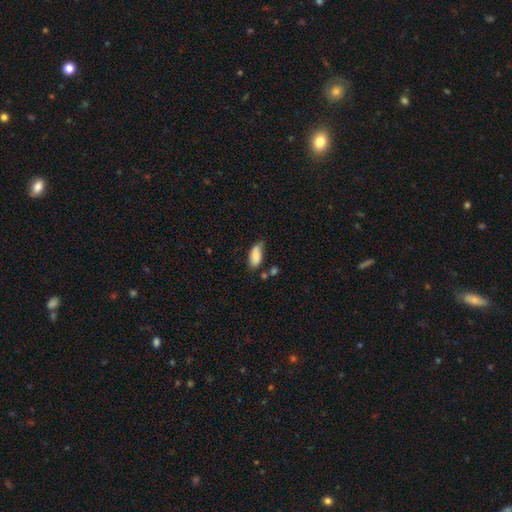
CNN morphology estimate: The model was most divided on "merging": none: 58%, minor disturbance: 29%, major disturbance: 7%, merger: 7%. More confident: how rounded — in between (88%); smooth or featured — smooth (83%).